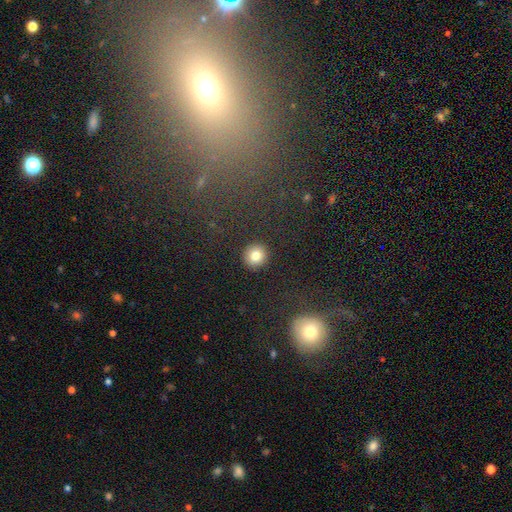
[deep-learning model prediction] Smooth or featured? smooth (81%)
How rounded? round (91%)
Merging? none (92%)